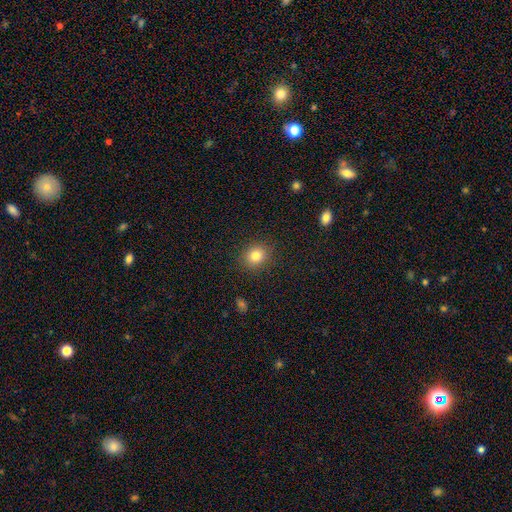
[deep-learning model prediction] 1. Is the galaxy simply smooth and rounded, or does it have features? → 81% smooth, 12% star or artifact, 7% featured or disk.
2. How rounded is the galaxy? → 74% round, 25% in between, 1% cigar-shaped.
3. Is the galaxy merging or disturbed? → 89% none, 7% minor disturbance, 3% major disturbance, 1% merger.